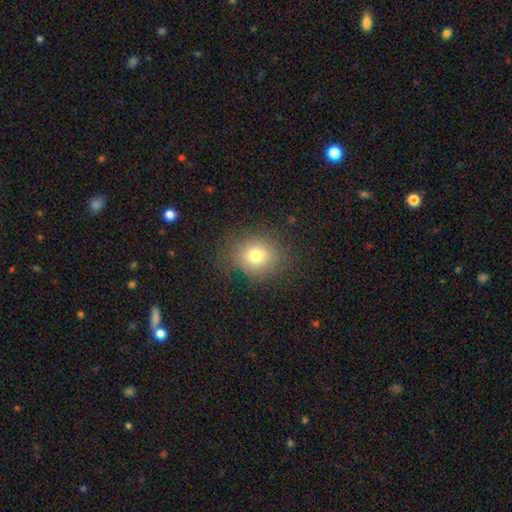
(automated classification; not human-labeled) This appears to be a smooth galaxy with no disk features (75%) that is round (77%). Merging: none (79%).